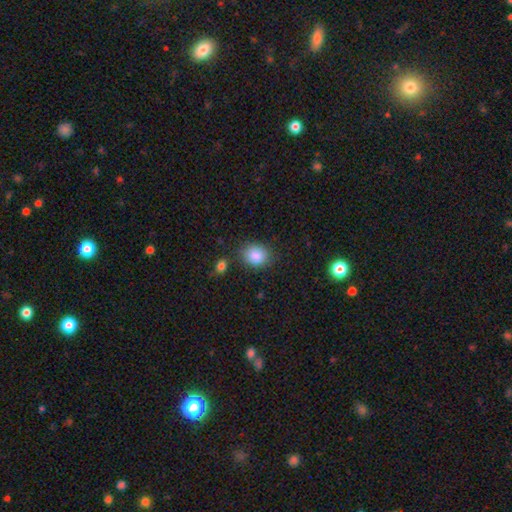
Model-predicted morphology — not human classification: Smooth or featured: smooth — 87% (star or artifact — 8%)
How rounded: round — 59% (in between — 40%)
Merging: none — 80% (minor disturbance — 12%)